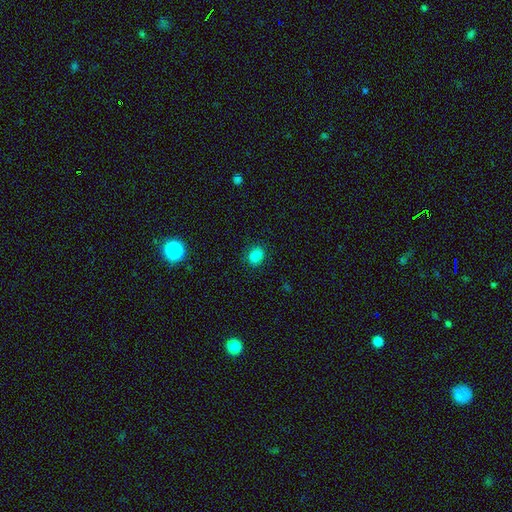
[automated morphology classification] This appears to be a smooth galaxy with no disk features (85%) that is in between round and cigar-shaped (53%). Merging: none (85%).